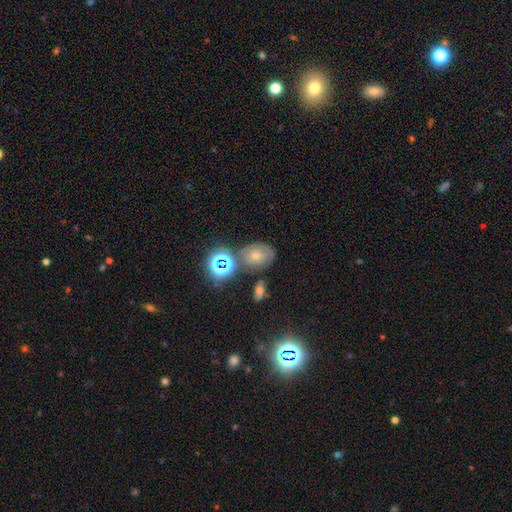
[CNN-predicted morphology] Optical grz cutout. It shows a smooth galaxy with no disk features (54%) that is in between round and cigar-shaped (58%). Merging: none (61%).